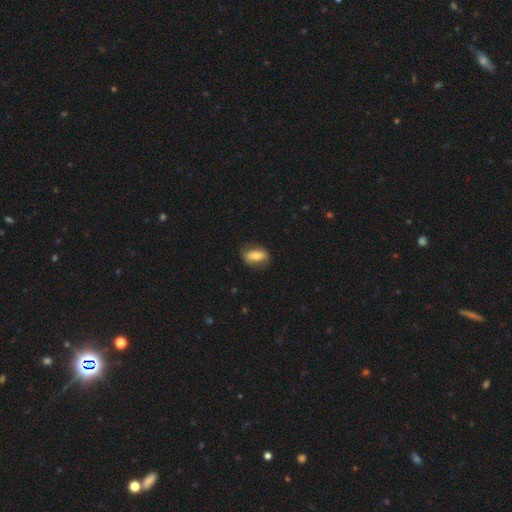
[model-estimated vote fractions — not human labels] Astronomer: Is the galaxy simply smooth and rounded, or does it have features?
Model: smooth — 68%.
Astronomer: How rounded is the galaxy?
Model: in between — 81%.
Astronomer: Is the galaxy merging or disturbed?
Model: none — 77%.